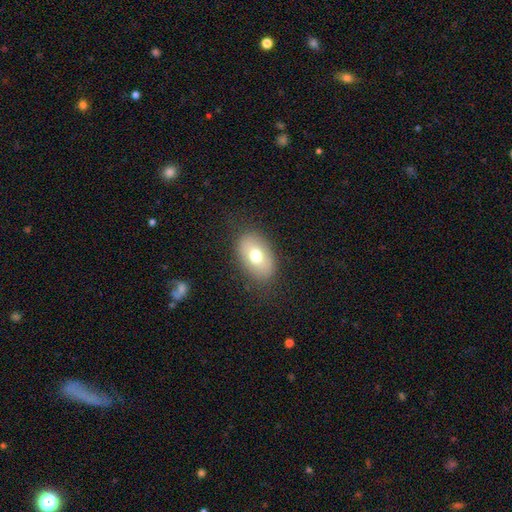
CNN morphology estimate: Smooth or featured? smooth (70%)
How rounded? in between (86%)
Merging? none (82%)